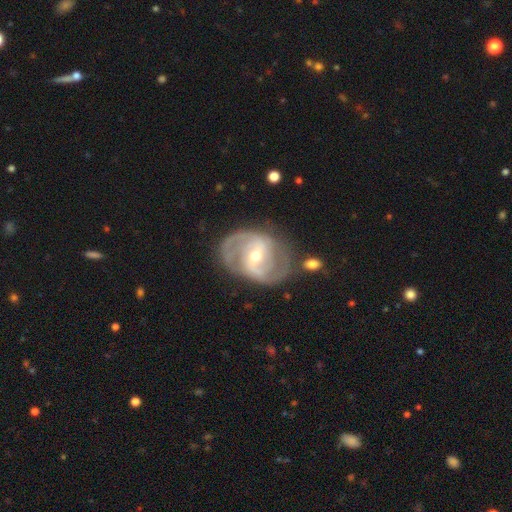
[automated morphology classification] A featured or disk galaxy (88%) with a weak bar (45%), 2 (79%) medium (50%) spiral arms (95%) and a moderate central bulge (49%).

Vote fractions:
- Smooth or featured? featured or disk: 88% / smooth: 7% / star or artifact: 5%
- Edge-on disk? no: 97% / yes: 3%
- Bar? weak: 45% / strong: 33% / no: 21%
- Spiral arms? yes: 95% / no: 5%
- Spiral winding? medium: 50% / tight: 33% / loose: 16%
- Spiral arm count? 2: 79% / can't tell: 8% / 3: 8% / 1: 2% / 4: 2% / more than 4: 2%
- Bulge size? moderate: 49% / small: 47% / large: 2% / none: 1% / dominant: 1%
- Merging? none: 71% / minor disturbance: 17% / major disturbance: 8% / merger: 4%